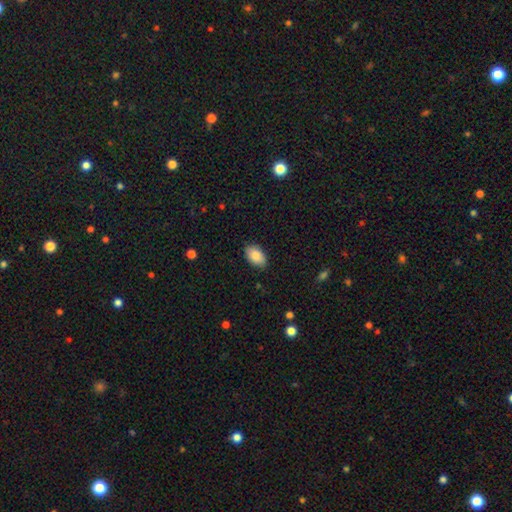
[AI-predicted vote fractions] A smooth galaxy with no disk features (87%) that is in between round and cigar-shaped (92%).

Vote fractions:
- Smooth or featured? smooth: 87% / featured or disk: 6% / star or artifact: 6%
- How rounded? in between: 92% / round: 7% / cigar-shaped: 1%
- Merging? none: 84% / minor disturbance: 12% / major disturbance: 2% / merger: 1%